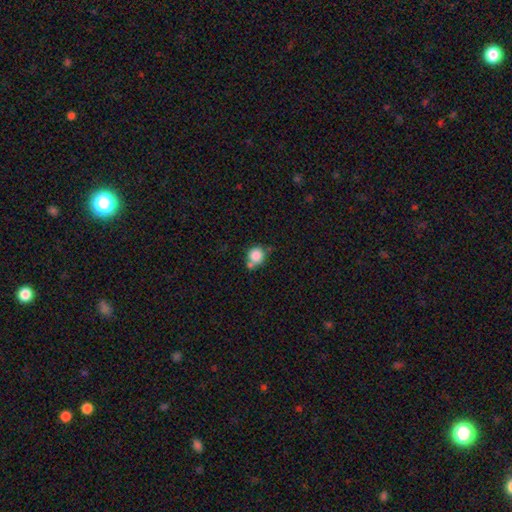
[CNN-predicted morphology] Smooth or featured? smooth (84%)
How rounded? round (87%)
Merging? none (54%)